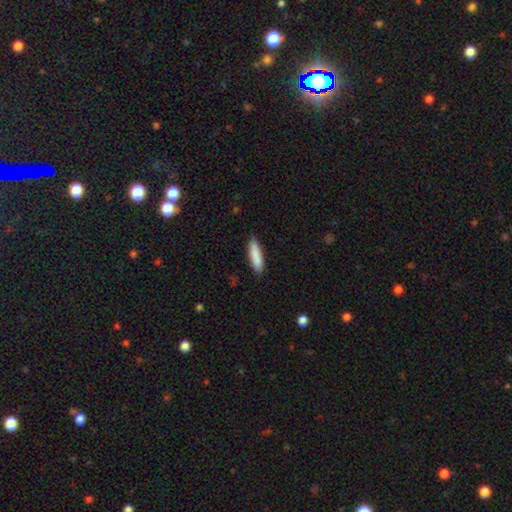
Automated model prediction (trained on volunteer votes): Smooth or featured?
  - smooth: 87% *
  - featured or disk: 7%
  - star or artifact: 6%
How rounded?
  - cigar-shaped: 70% *
  - in between: 29%
  - round: 1%
Merging?
  - none: 87% *
  - minor disturbance: 10%
  - major disturbance: 2%
  - merger: 1%